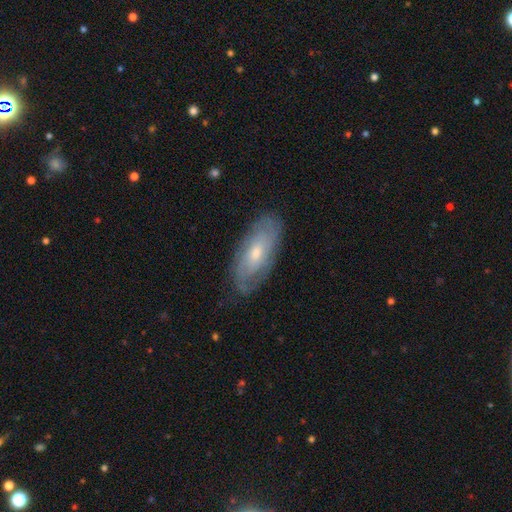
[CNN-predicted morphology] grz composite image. It shows a featured or disk galaxy (59%). Merging: none (81%).